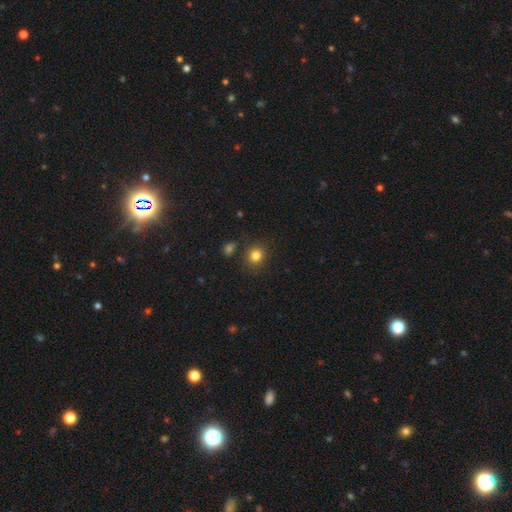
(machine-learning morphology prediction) smooth_or_featured: smooth (p=0.82) [alt: star or artifact p=0.12]
how_rounded: round (p=0.74) [alt: in between p=0.25]
merging: none (p=0.83) [alt: minor disturbance p=0.10]